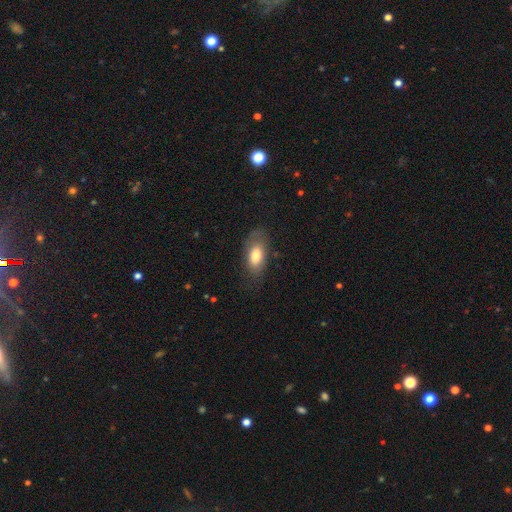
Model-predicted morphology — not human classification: smooth 74%, featured or disk 19%, star or artifact 7%. Down the decision tree: how rounded — in between (90%); merging — none (67%).